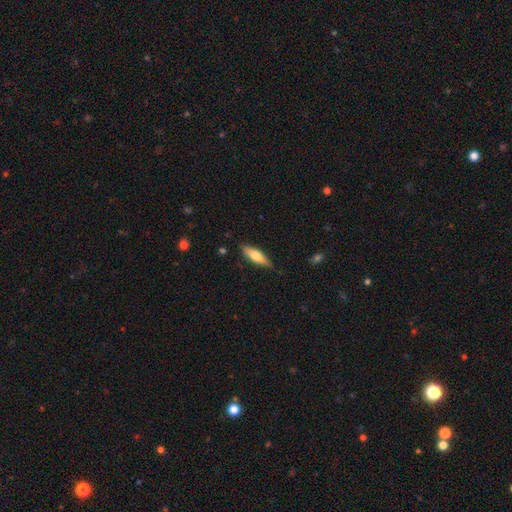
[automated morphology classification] This is likely a smooth galaxy (67%). How rounded: possibly cigar-shaped (52%). Merging: likely none (77%).